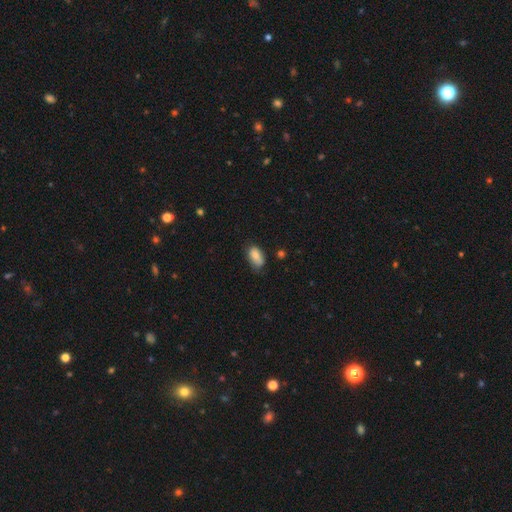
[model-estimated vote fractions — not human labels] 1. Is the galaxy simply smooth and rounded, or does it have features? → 82% smooth, 10% featured or disk, 8% star or artifact.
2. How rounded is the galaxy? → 90% in between, 6% round, 4% cigar-shaped.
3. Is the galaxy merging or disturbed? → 50% none, 37% minor disturbance, 10% major disturbance, 4% merger.